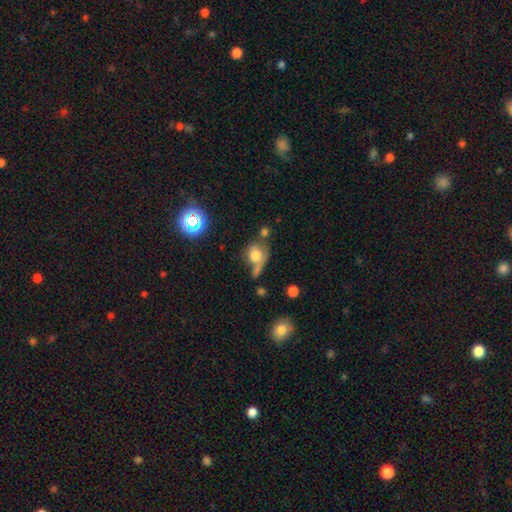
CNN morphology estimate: Smooth or featured? smooth (70%)
How rounded? round (65%)
Merging? none (36%)